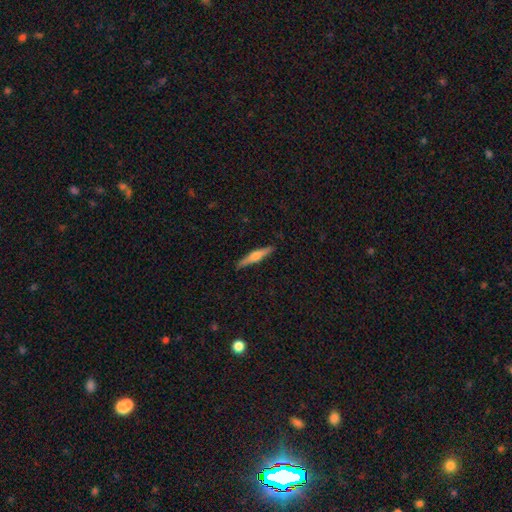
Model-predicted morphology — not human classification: Smooth or featured: featured or disk — 55% (smooth — 39%)
Edge-on disk: yes — 97% (no — 3%)
Edge-on bulge: rounded — 88% (none — 6%)
Merging: none — 90% (minor disturbance — 7%)